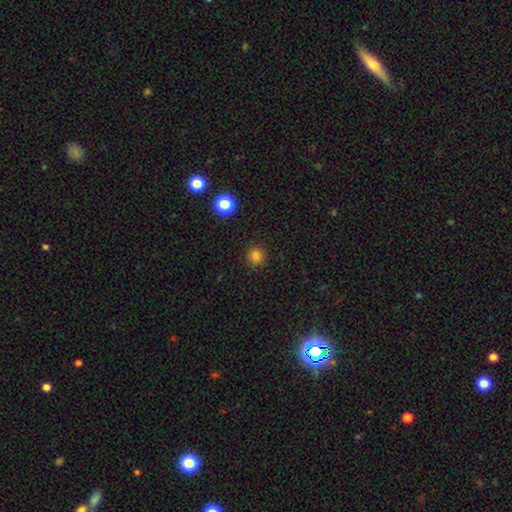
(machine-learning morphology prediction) This is clearly a smooth galaxy (81%). How rounded: clearly round (92%). Merging: clearly none (90%).